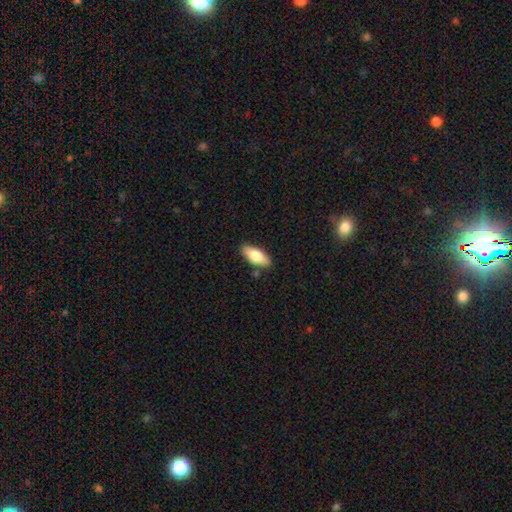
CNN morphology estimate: Smooth or featured? Predicted: smooth (p=0.75). How rounded? Predicted: in between (p=0.82). Merging? Predicted: none (p=0.85).